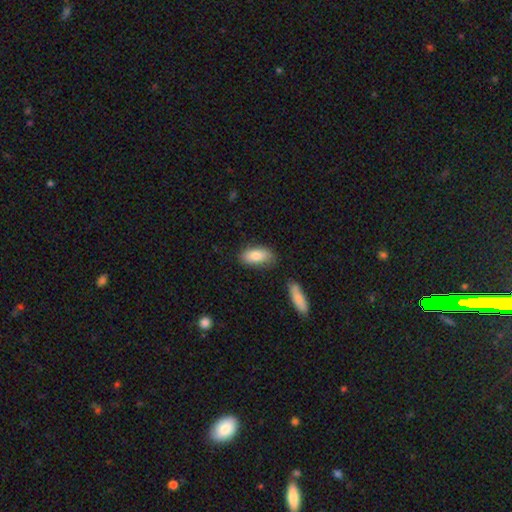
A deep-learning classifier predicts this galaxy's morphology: smooth-or-featured: smooth: 83% | featured or disk: 10% | star or artifact: 6%
  how-rounded: in between: 88% | cigar-shaped: 9% | round: 3%
  merging: none: 74% | minor disturbance: 18% | merger: 5% | major disturbance: 4%